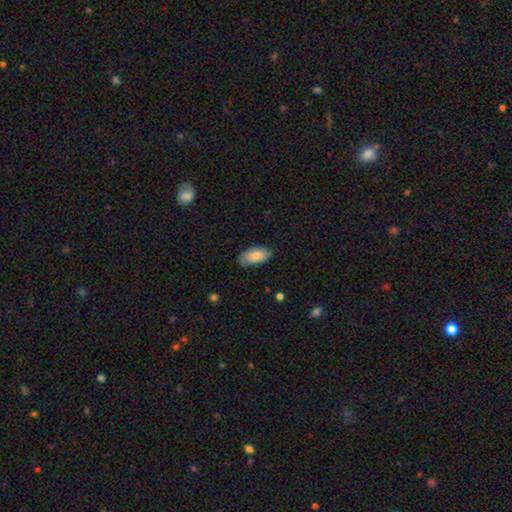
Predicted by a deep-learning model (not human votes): Smooth or featured? smooth (85%)
How rounded? in between (91%)
Merging? none (80%)